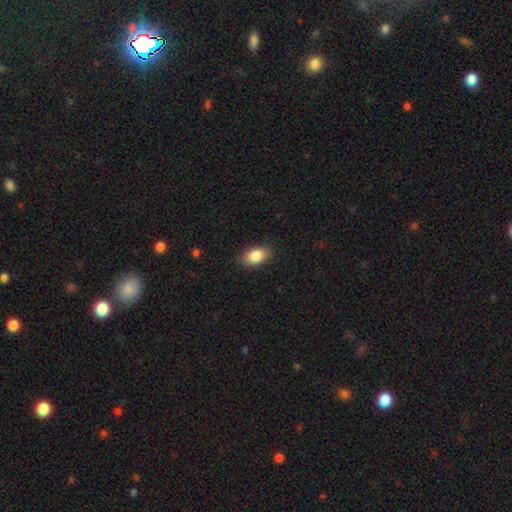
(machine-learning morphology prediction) Smooth or featured: smooth — 86% (star or artifact — 7%)
How rounded: in between — 90% (round — 8%)
Merging: none — 87% (minor disturbance — 10%)